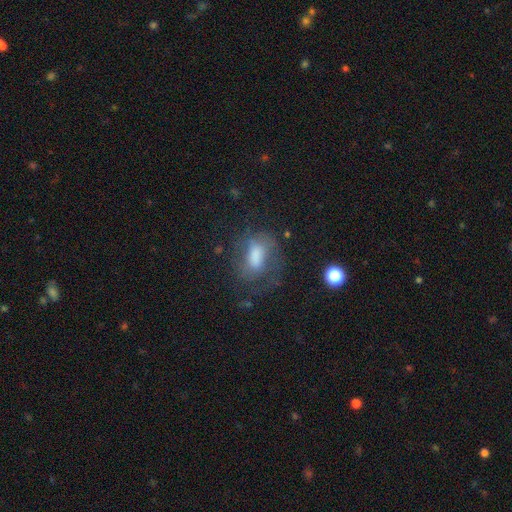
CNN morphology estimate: A smooth galaxy with no disk features (49%).

Vote fractions:
- Smooth or featured? smooth: 49% / featured or disk: 39% / star or artifact: 12%
- Merging? none: 49% / major disturbance: 25% / minor disturbance: 23% / merger: 3%